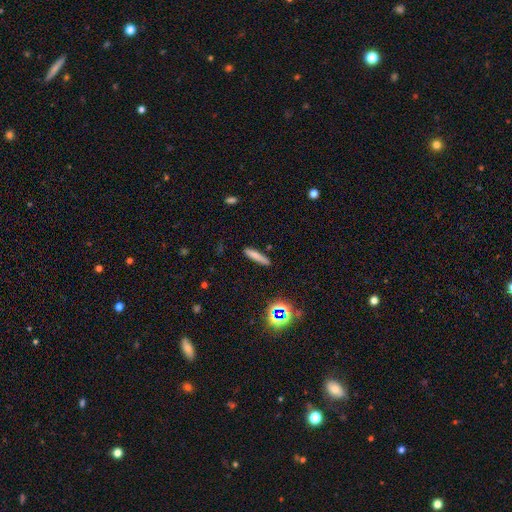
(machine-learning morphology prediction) A smooth galaxy with no disk features (77%) that is cigar-shaped (88%). Merging: none (86%).